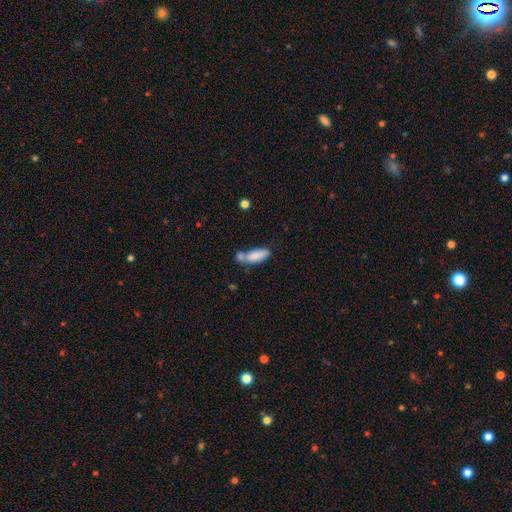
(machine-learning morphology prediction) smooth_or_featured: smooth (p=0.81) [alt: featured or disk p=0.12]
how_rounded: in between (p=0.63) [alt: cigar-shaped p=0.35]
merging: merger (p=0.39) [alt: none p=0.37]